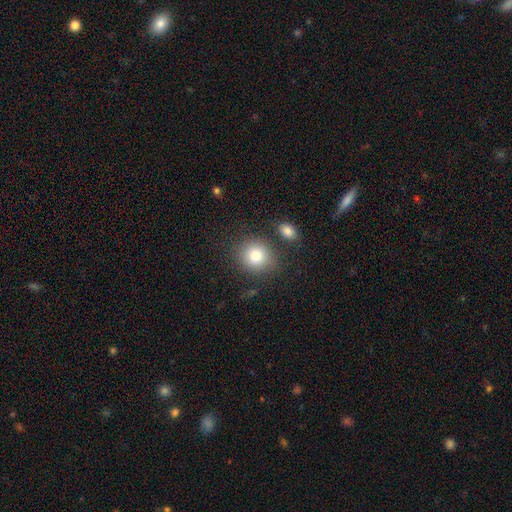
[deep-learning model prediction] Overall: smooth (80%). How rounded: round (78%). Merging: none (78%).